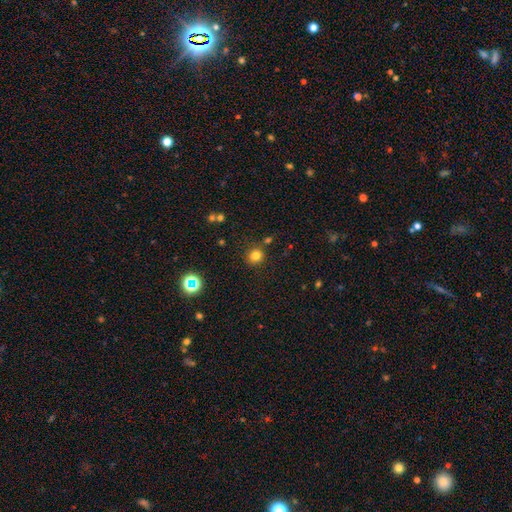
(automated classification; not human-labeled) A smooth galaxy with no disk features (79%) that is round (90%). Merging: none (85%).